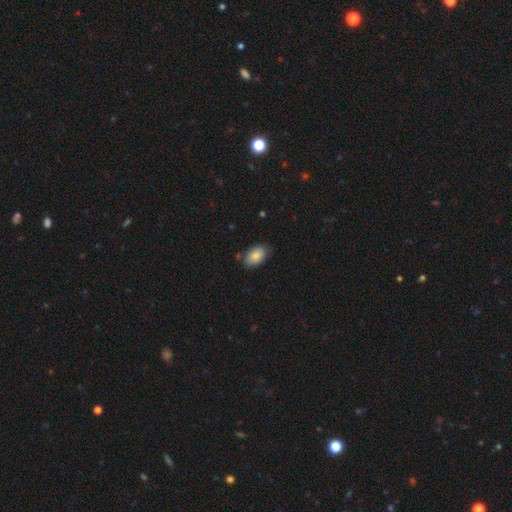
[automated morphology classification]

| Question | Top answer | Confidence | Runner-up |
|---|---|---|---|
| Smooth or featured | smooth | 85% | featured or disk (9%) |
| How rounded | in between | 92% | round (7%) |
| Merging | none | 81% | minor disturbance (15%) |